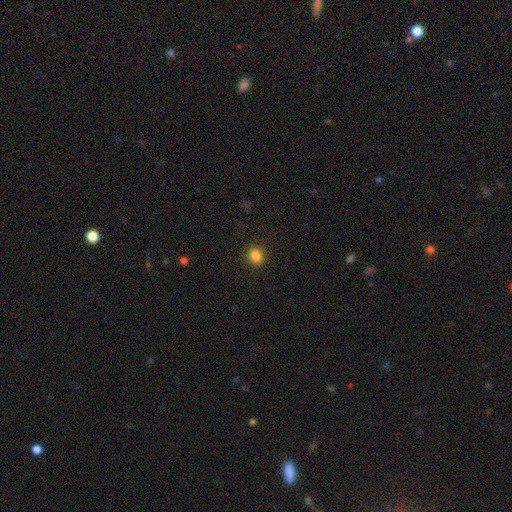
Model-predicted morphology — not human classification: The model was most divided on "how rounded": round: 68%, in between: 31%, cigar-shaped: 1%. More confident: merging — none (90%); smooth or featured — smooth (85%).